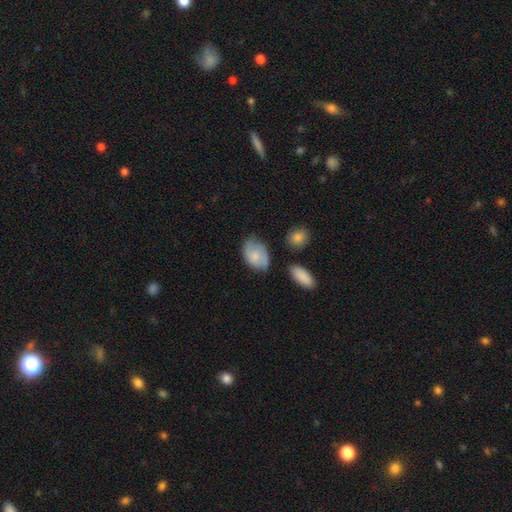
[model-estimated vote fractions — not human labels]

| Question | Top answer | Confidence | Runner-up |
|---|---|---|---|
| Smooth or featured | smooth | 61% | featured or disk (33%) |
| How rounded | in between | 82% | round (17%) |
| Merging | none | 60% | minor disturbance (27%) |